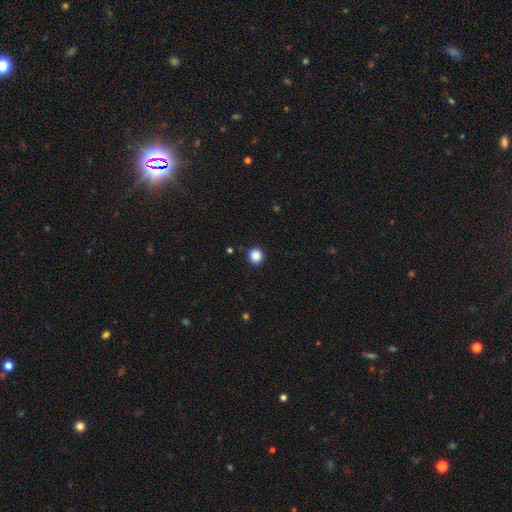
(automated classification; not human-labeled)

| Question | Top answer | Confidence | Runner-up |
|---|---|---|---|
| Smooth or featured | smooth | 87% | star or artifact (10%) |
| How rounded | round | 92% | in between (7%) |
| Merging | none | 91% | minor disturbance (6%) |